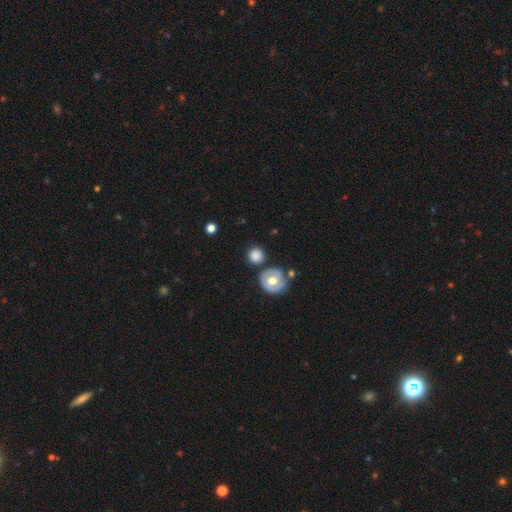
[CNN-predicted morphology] This appears to be a smooth galaxy with no disk features (78%) that is round (91%). Merging: none (75%).